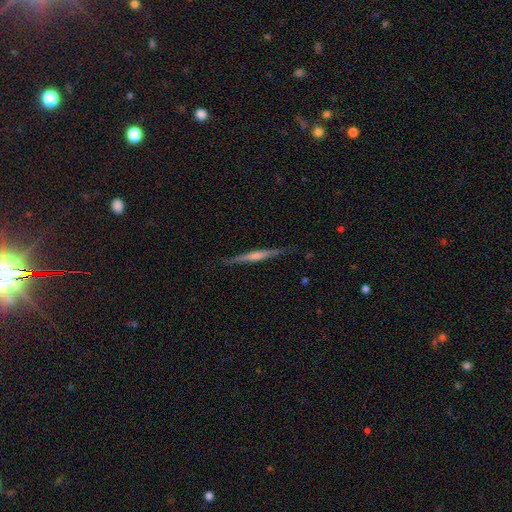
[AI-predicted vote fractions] featured or disk 77%, smooth 17%, star or artifact 6%. Down the decision tree: edge-on disk — yes (98%); edge-on bulge — rounded (66%); merging — none (90%).